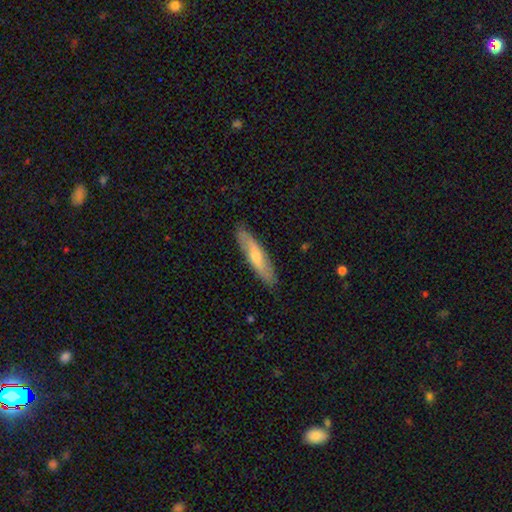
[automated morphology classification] Smooth or featured? smooth (51%)
How rounded? cigar-shaped (78%)
Merging? none (87%)